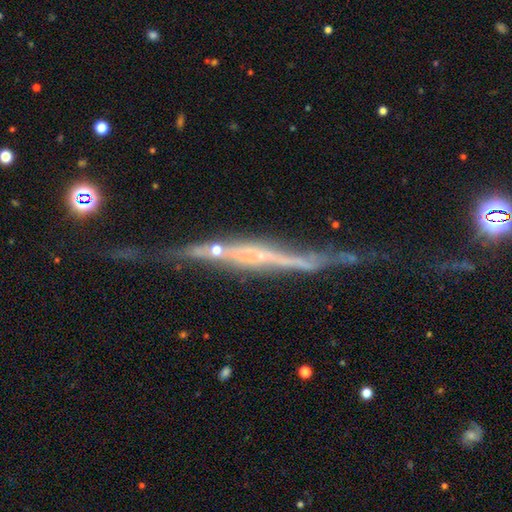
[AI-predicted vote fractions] A featured or disk galaxy (79%) viewed edge-on (86%) with no central bulge (44%). Merging: none (43%).